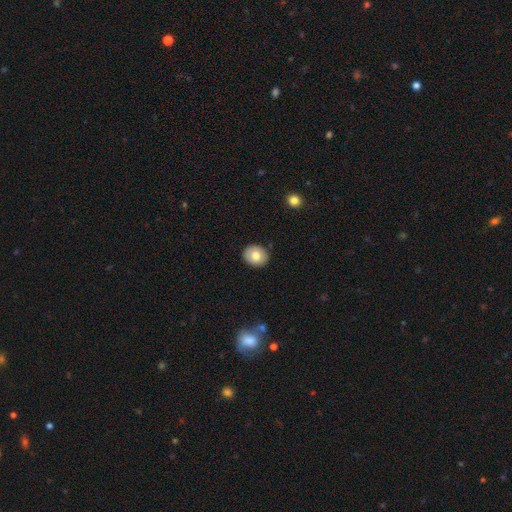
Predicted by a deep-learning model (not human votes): Smooth or featured?
  - smooth: 77% *
  - featured or disk: 15%
  - star or artifact: 8%
How rounded?
  - round: 69% *
  - in between: 31%
  - cigar-shaped: 1%
Merging?
  - none: 89% *
  - minor disturbance: 8%
  - major disturbance: 2%
  - merger: 1%